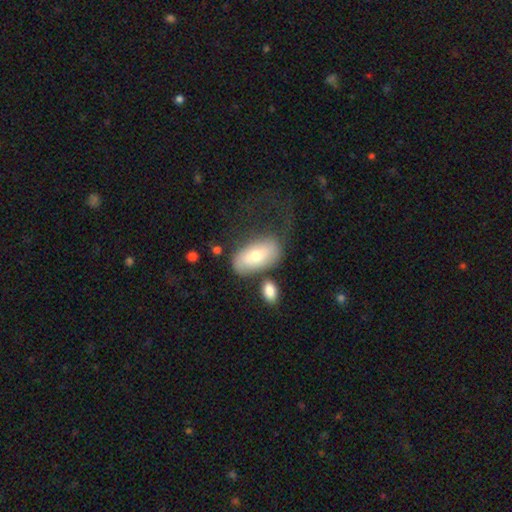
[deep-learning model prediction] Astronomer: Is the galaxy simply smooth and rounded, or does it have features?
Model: smooth — 60%.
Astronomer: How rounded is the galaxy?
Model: in between — 93%.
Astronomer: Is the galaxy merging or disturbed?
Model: none — 50%.